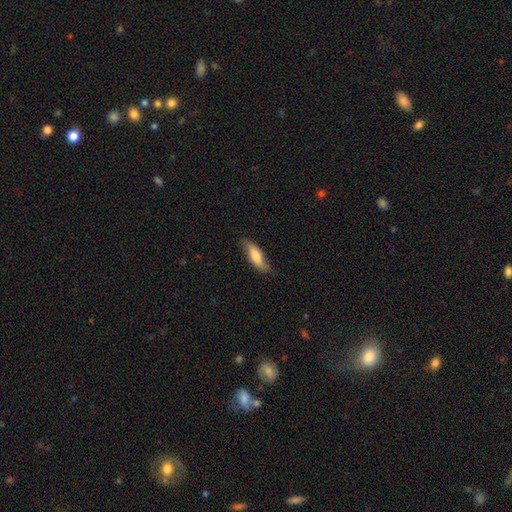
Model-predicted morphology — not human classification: Smooth or featured? Predicted: smooth (p=0.61). How rounded? Predicted: in between (p=0.53). Merging? Predicted: none (p=0.72).